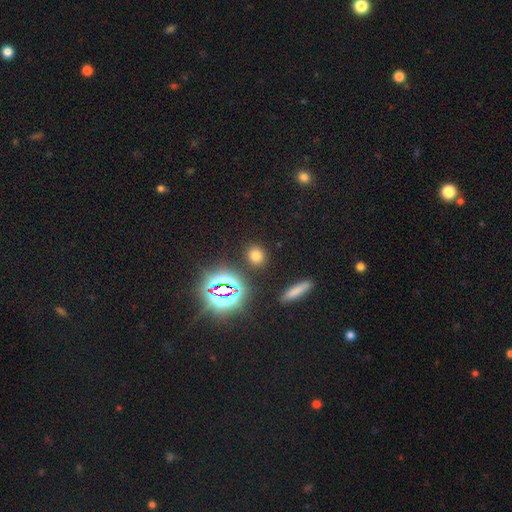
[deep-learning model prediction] Overall: smooth (69%). How rounded: round (66%; in between 31%). Merging: none (88%).